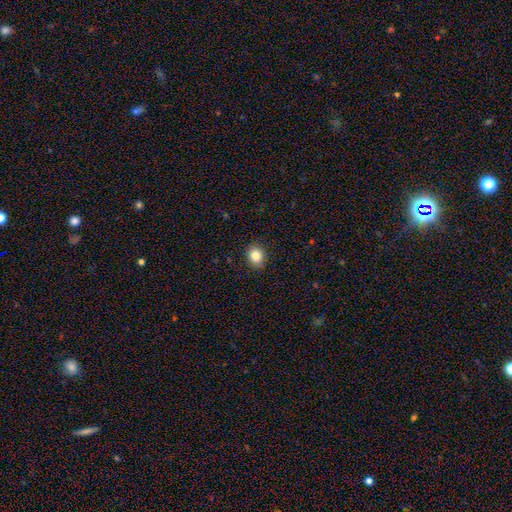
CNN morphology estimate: smooth-or-featured: smooth: 85% | star or artifact: 10% | featured or disk: 5%
  how-rounded: round: 55% | in between: 44% | cigar-shaped: 1%
  merging: none: 89% | minor disturbance: 8% | major disturbance: 2% | merger: 1%